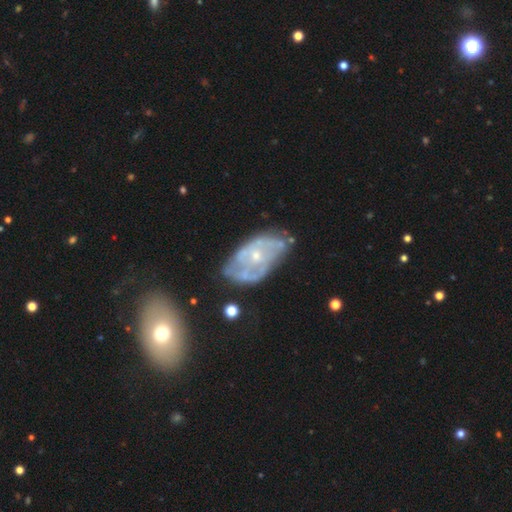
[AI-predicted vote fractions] Smooth or featured: featured or disk — 73% (smooth — 19%)
Edge-on disk: no — 94% (yes — 6%)
Bar: no — 78% (weak — 19%)
Spiral arms: yes — 55% (no — 45%)
Bulge size: small — 64% (moderate — 31%)
Merging: none — 49% (minor disturbance — 29%)